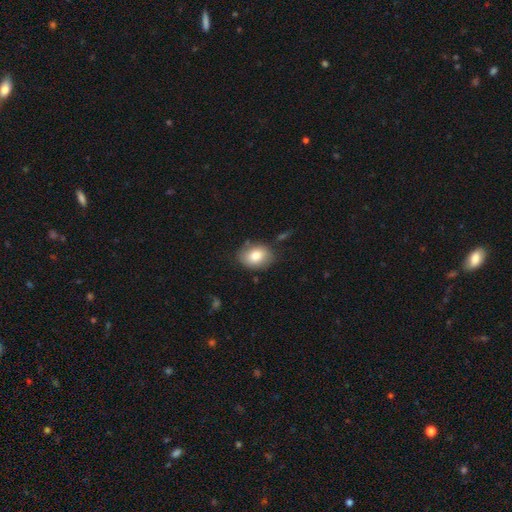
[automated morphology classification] A smooth galaxy with no disk features (80%) that is in between round and cigar-shaped (66%). Merging: none (78%).